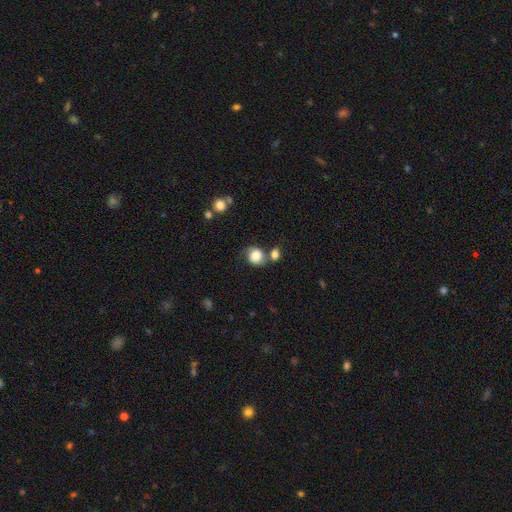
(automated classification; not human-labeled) Smooth or featured? smooth (77%)
How rounded? round (71%)
Merging? none (52%)